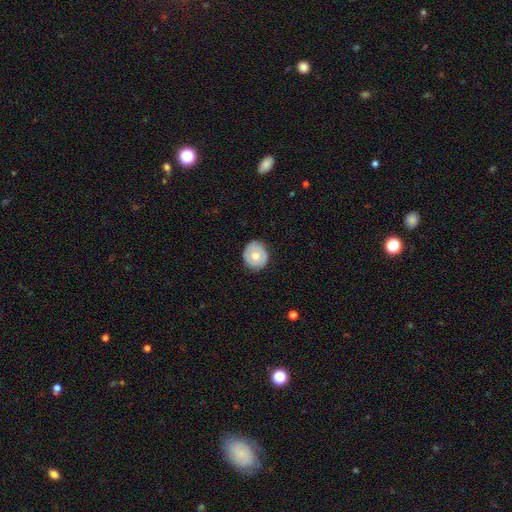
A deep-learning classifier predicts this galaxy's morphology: The model was most divided on "smooth or featured": smooth: 67%, featured or disk: 26%, star or artifact: 7%. More confident: how rounded — round (86%); merging — none (86%).